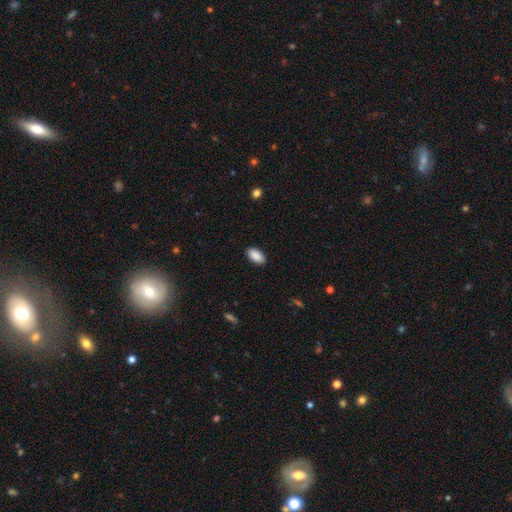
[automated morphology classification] Smooth or featured: smooth — 90% (star or artifact — 7%)
How rounded: in between — 94% (round — 3%)
Merging: none — 89% (minor disturbance — 8%)